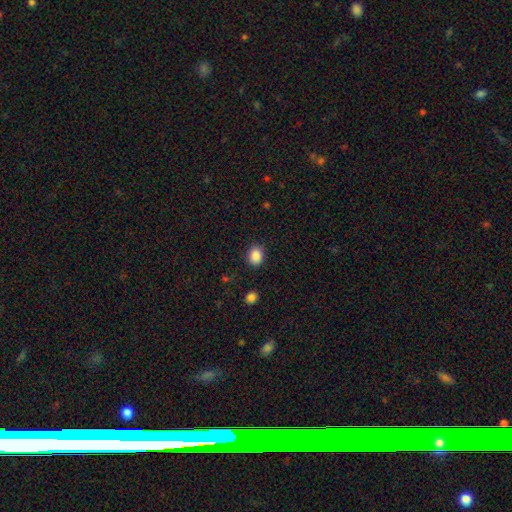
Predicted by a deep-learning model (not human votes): A smooth galaxy with no disk features (88%) that is round (55%). Merging: none (87%).